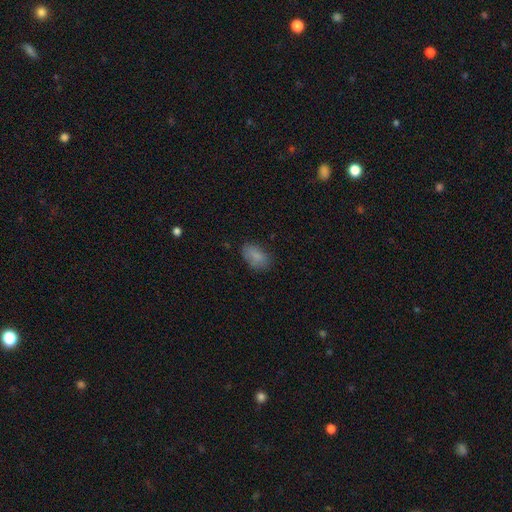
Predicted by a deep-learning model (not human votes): Smooth or featured? Predicted: smooth (p=0.82). How rounded? Predicted: in between (p=0.89). Merging? Predicted: none (p=0.73).